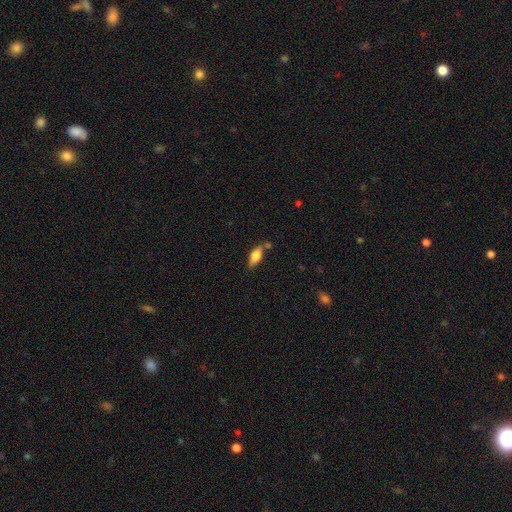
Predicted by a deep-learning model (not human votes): Overall: smooth (69%). How rounded: in between (80%). Merging: none (58%; minor disturbance 23%).